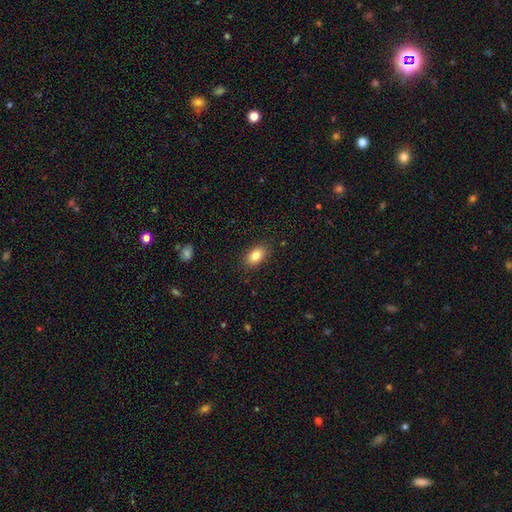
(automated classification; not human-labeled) Smooth or featured: smooth — 83% (featured or disk — 9%)
How rounded: in between — 87% (round — 11%)
Merging: none — 86% (minor disturbance — 10%)